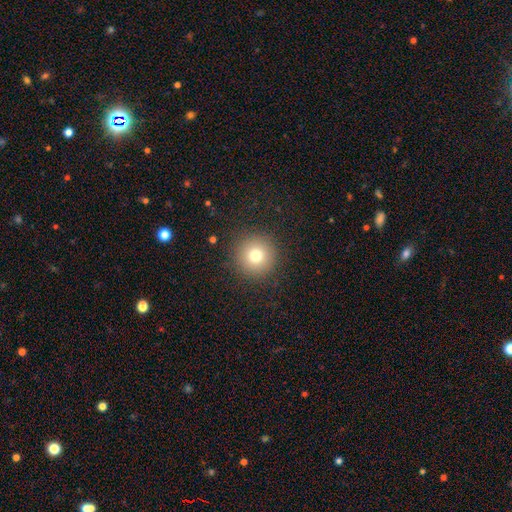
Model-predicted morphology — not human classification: smooth_or_featured: smooth (p=0.75) [alt: star or artifact p=0.14]
how_rounded: round (p=0.96) [alt: in between p=0.03]
merging: none (p=0.90) [alt: minor disturbance p=0.06]